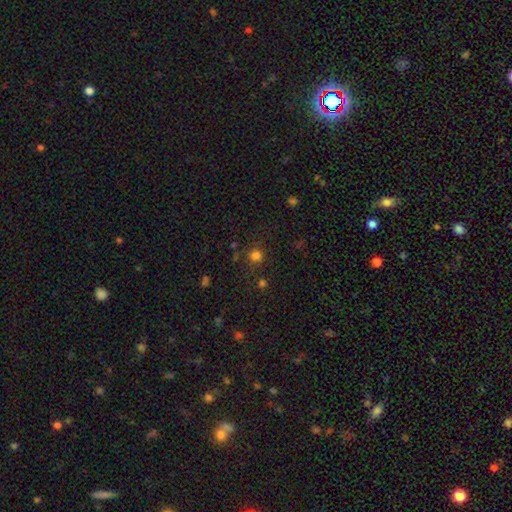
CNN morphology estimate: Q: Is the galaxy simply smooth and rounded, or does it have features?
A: smooth — 78%.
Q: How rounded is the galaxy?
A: round — 92%.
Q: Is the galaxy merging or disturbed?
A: none — 82%.